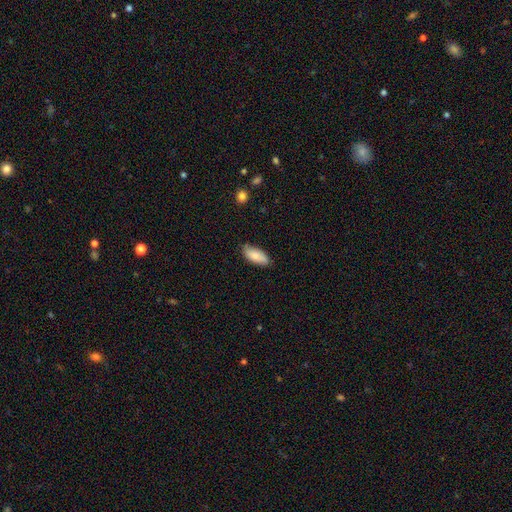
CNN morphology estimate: Smooth or featured? smooth (83%)
How rounded? in between (87%)
Merging? none (80%)